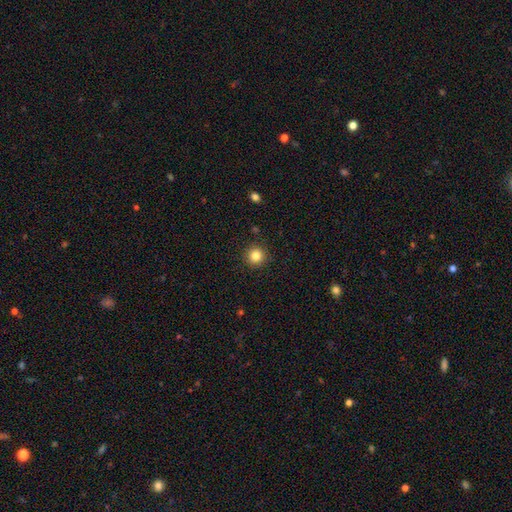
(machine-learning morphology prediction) Smooth or featured?
  - smooth: 83% *
  - star or artifact: 11%
  - featured or disk: 6%
How rounded?
  - round: 95% *
  - in between: 4%
  - cigar-shaped: 1%
Merging?
  - none: 91% *
  - minor disturbance: 6%
  - major disturbance: 2%
  - merger: 1%